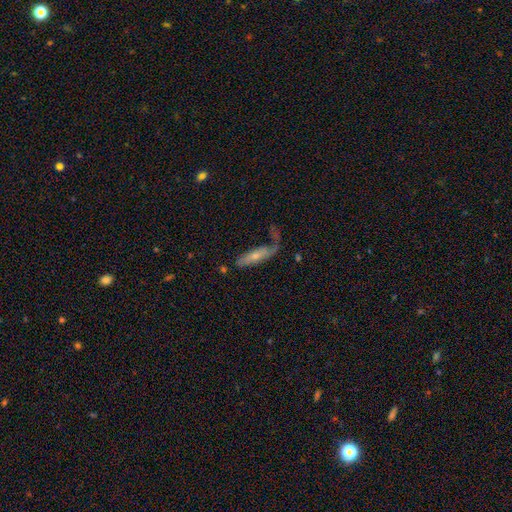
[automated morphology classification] Q: Smooth or featured?
A: featured or disk (49%); runner-up: smooth (44%)
Q: Merging?
A: major disturbance (36%); runner-up: none (34%)